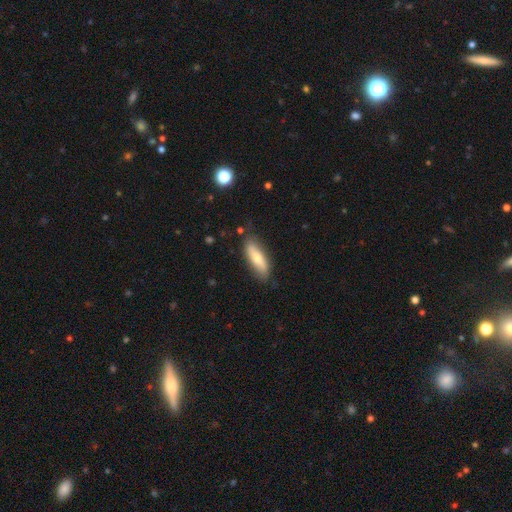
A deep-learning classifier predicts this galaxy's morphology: smooth-or-featured: smooth: 64% | featured or disk: 30% | star or artifact: 6%
  how-rounded: in between: 51% | cigar-shaped: 47% | round: 2%
  merging: none: 80% | minor disturbance: 16% | major disturbance: 3% | merger: 2%